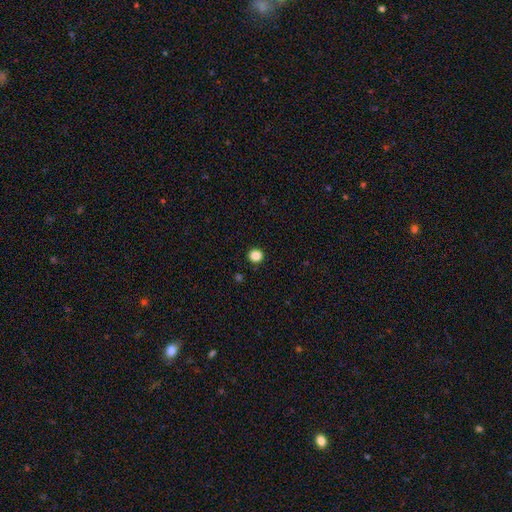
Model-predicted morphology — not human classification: type=smooth (86%); roundness=round (92%); merging=none (93%).